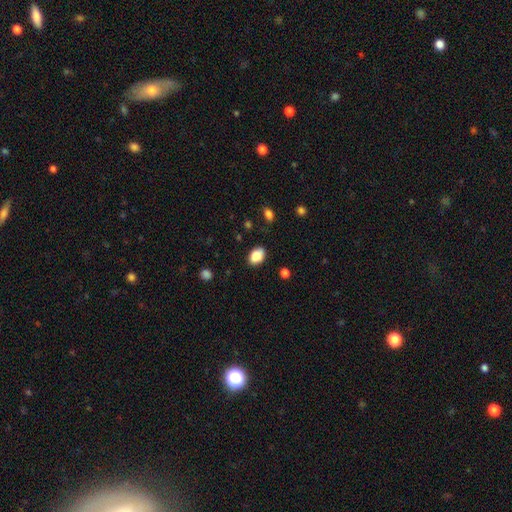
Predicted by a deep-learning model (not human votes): Smooth or featured?
  - smooth: 85% *
  - star or artifact: 8%
  - featured or disk: 7%
How rounded?
  - in between: 83% *
  - round: 16%
  - cigar-shaped: 1%
Merging?
  - none: 82% *
  - minor disturbance: 14%
  - major disturbance: 3%
  - merger: 1%